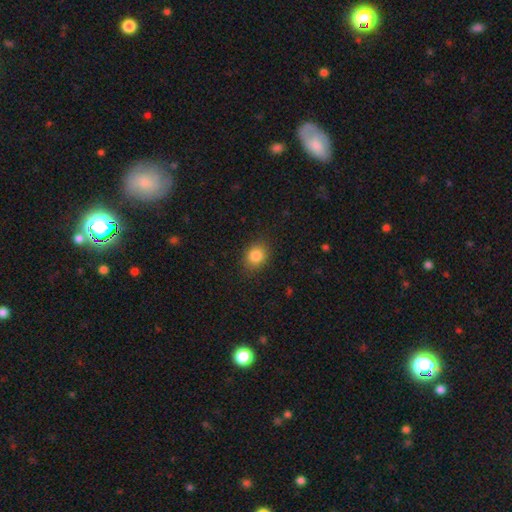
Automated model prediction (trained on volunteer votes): A smooth galaxy with no disk features (84%) that is round (56%).

Vote fractions:
- Smooth or featured? smooth: 84% / star or artifact: 10% / featured or disk: 5%
- How rounded? round: 56% / in between: 43% / cigar-shaped: 1%
- Merging? none: 85% / minor disturbance: 11% / major disturbance: 3% / merger: 1%